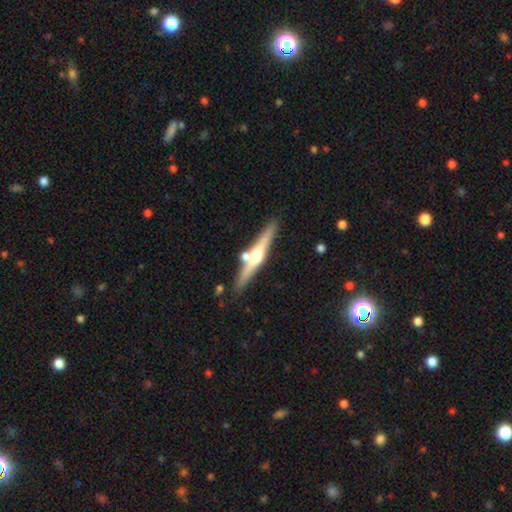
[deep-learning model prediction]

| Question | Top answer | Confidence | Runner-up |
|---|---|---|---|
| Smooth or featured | featured or disk | 69% | smooth (25%) |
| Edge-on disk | yes | 97% | no (3%) |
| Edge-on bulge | rounded | 94% | none (3%) |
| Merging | none | 79% | merger (9%) |